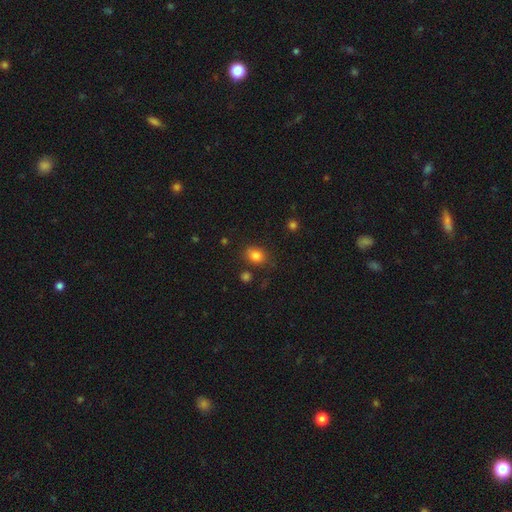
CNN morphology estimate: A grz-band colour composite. It shows a smooth galaxy with no disk features (82%) that is in between round and cigar-shaped (53%). Merging: none (75%).